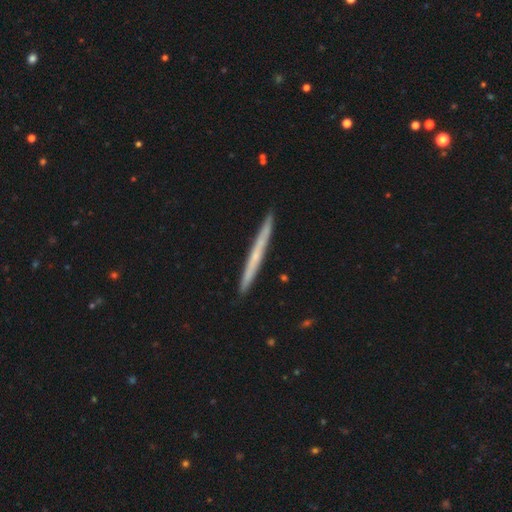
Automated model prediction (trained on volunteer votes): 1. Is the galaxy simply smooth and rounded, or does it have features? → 54% featured or disk, 40% smooth, 6% star or artifact.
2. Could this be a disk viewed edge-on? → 97% yes, 3% no.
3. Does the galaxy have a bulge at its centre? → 79% none, 18% rounded, 3% boxy.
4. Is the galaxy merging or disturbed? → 92% none, 6% minor disturbance, 1% major disturbance, 1% merger.